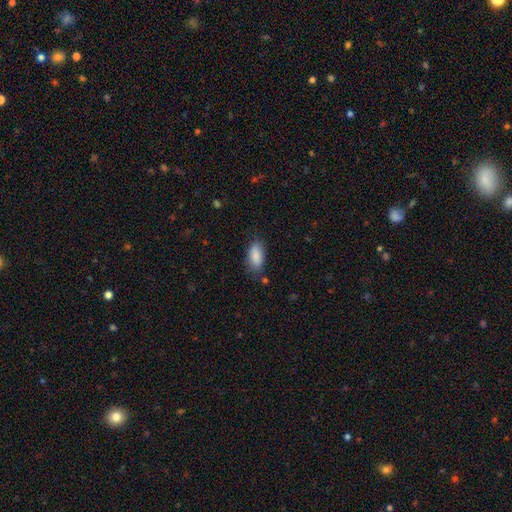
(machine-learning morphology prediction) A smooth galaxy with no disk features (86%) that is in between round and cigar-shaped (89%).

Vote fractions:
- Smooth or featured? smooth: 86% / featured or disk: 7% / star or artifact: 7%
- How rounded? in between: 89% / cigar-shaped: 9% / round: 3%
- Merging? none: 74% / minor disturbance: 19% / major disturbance: 4% / merger: 2%